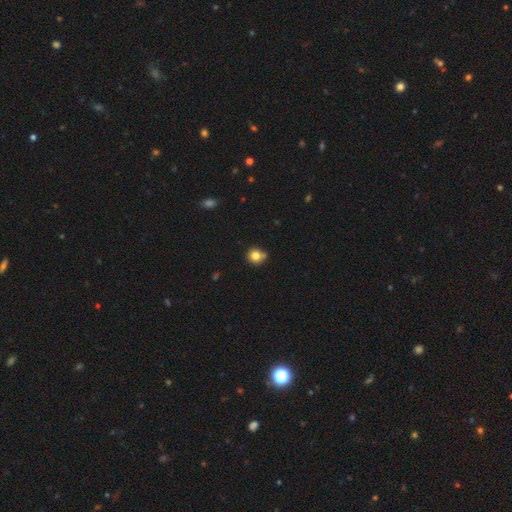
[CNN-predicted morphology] This appears to be a smooth galaxy with no disk features (80%) that is round (90%). Merging: none (73%).